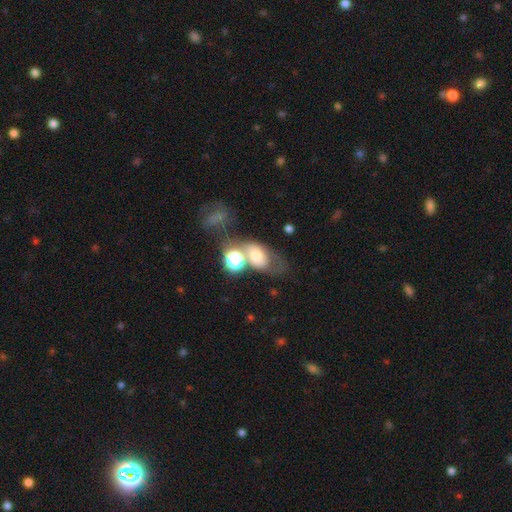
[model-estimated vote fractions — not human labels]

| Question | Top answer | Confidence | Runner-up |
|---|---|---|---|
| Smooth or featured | smooth | 56% | featured or disk (27%) |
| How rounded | in between | 70% | round (28%) |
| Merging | merger | 32% | tied: none (32%) |